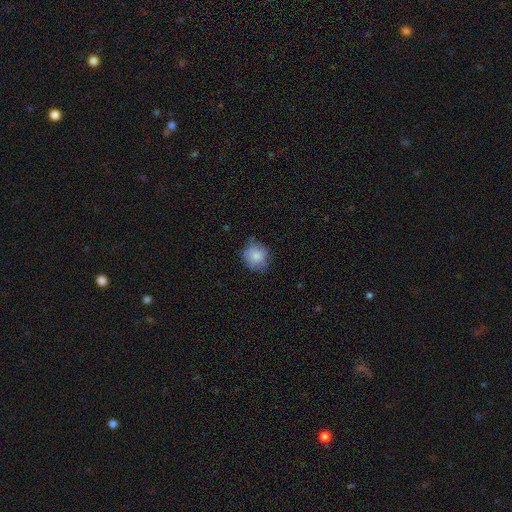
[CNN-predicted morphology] type=smooth (84%); roundness=round (78%); merging=none (70%).